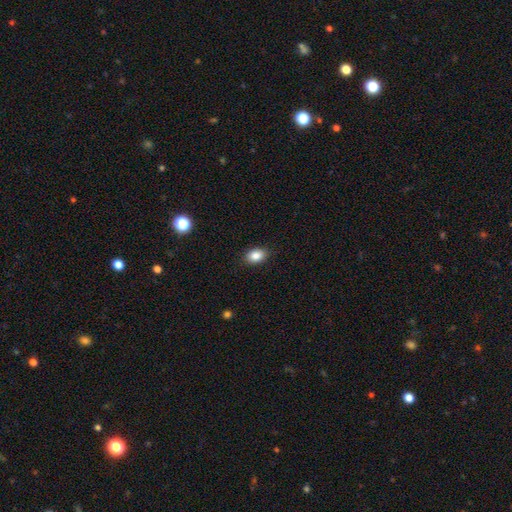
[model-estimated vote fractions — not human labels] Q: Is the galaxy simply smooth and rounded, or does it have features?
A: smooth — 86%.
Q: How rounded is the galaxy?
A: in between — 83%.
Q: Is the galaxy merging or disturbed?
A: none — 87%.